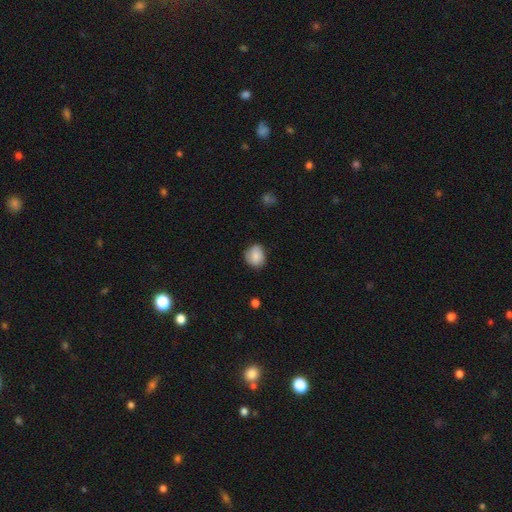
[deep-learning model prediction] This is clearly a smooth galaxy (83%). How rounded: likely round (66%). Merging: likely none (67%).